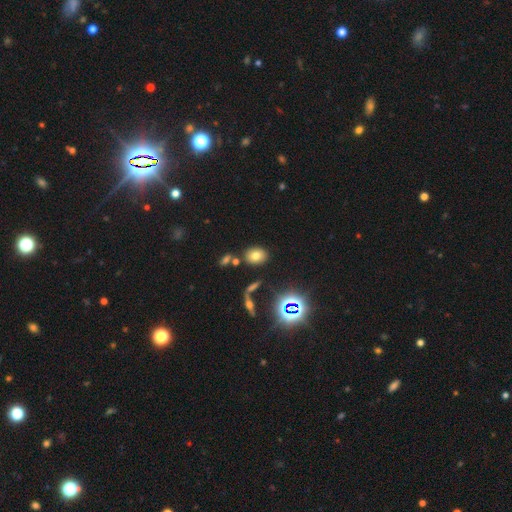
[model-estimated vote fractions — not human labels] Overall: smooth (71%). How rounded: in between (65%; round 33%). Merging: none (82%).